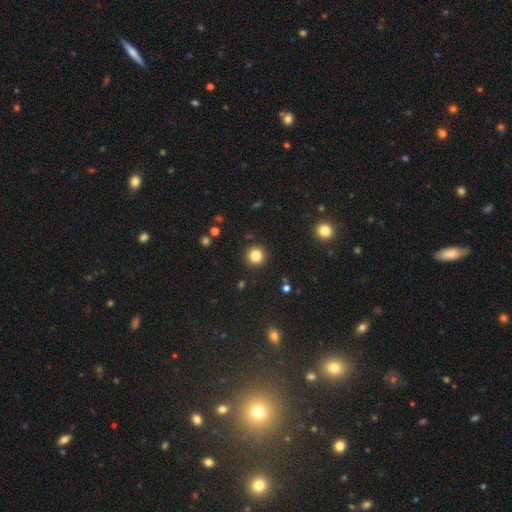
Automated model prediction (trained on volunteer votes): A smooth galaxy with no disk features (83%) that is round (95%). Merging: none (92%).